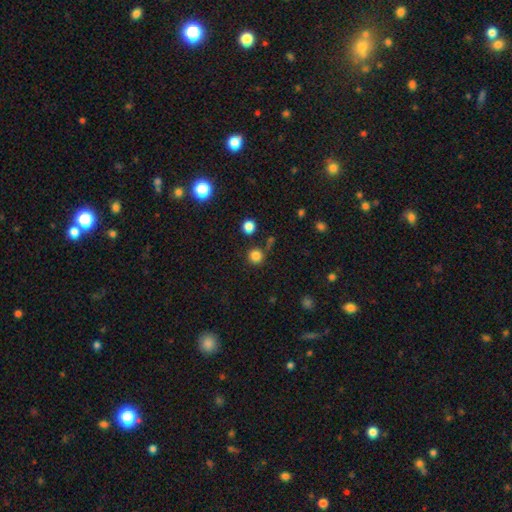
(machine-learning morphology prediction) A smooth galaxy with no disk features (82%) that is round (94%).

Vote fractions:
- Smooth or featured? smooth: 82% / star or artifact: 14% / featured or disk: 4%
- How rounded? round: 94% / in between: 5% / cigar-shaped: 1%
- Merging? none: 84% / minor disturbance: 8% / merger: 6% / major disturbance: 3%